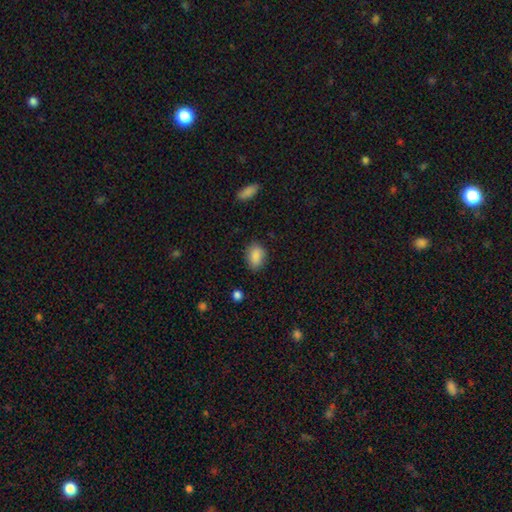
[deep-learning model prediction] A smooth galaxy with no disk features (87%) that is in between round and cigar-shaped (79%). Merging: none (79%).